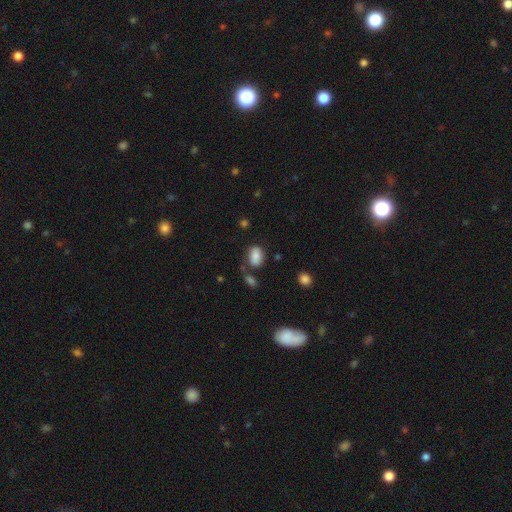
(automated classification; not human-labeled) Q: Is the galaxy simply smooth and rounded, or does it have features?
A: smooth — 83%.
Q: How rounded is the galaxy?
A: in between — 78%.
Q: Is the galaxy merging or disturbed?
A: none — 67%.